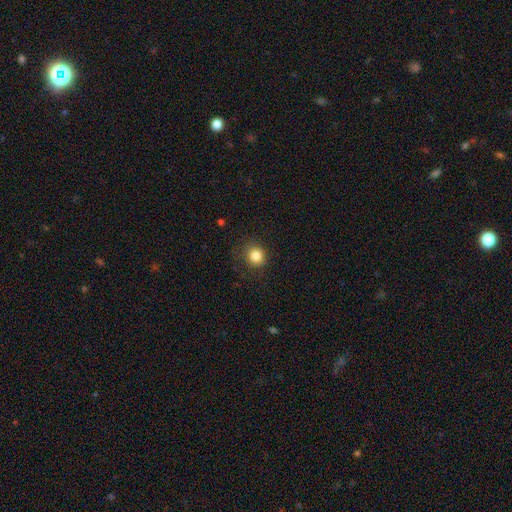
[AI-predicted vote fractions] Smooth or featured? smooth (83%)
How rounded? round (91%)
Merging? none (84%)